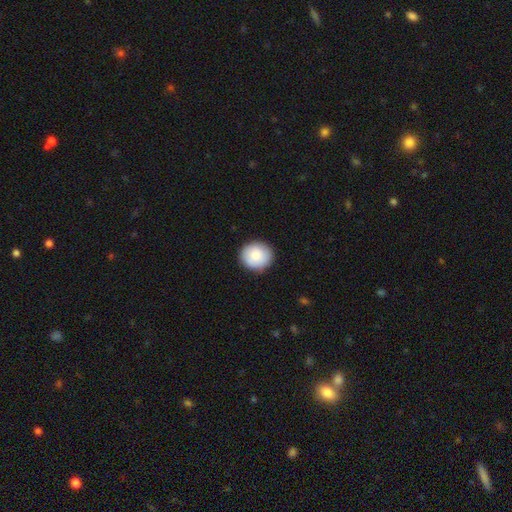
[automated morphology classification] This is clearly a smooth galaxy (85%). How rounded: clearly round (85%). Merging: clearly none (89%).